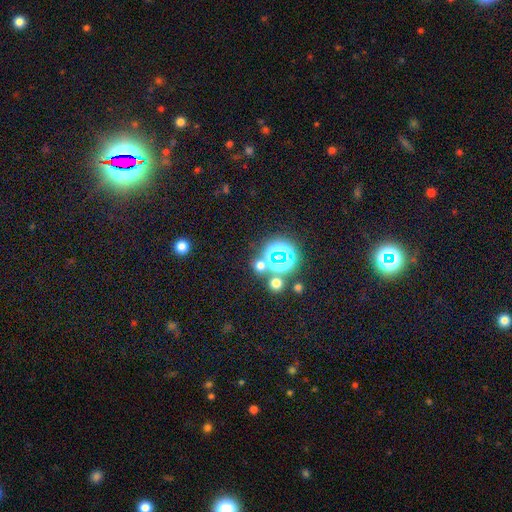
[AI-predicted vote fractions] Smooth or featured: star or artifact — 77% (smooth — 15%)